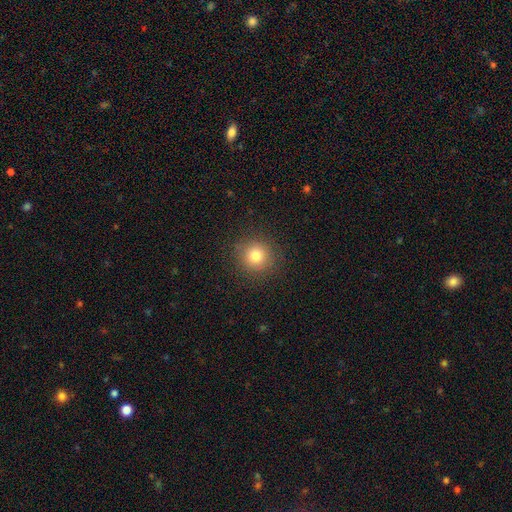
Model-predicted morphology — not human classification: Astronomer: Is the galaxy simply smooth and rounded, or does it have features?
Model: smooth — 80%.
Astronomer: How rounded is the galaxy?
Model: round — 93%.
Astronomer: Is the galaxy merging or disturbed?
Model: none — 89%.